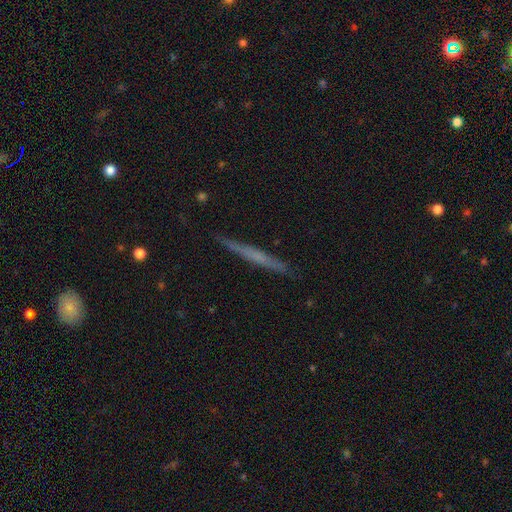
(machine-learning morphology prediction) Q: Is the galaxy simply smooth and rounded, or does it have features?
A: featured or disk — 53%.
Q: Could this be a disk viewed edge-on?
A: yes — 97%.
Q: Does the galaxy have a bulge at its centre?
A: none — 77%.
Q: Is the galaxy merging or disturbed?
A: none — 89%.